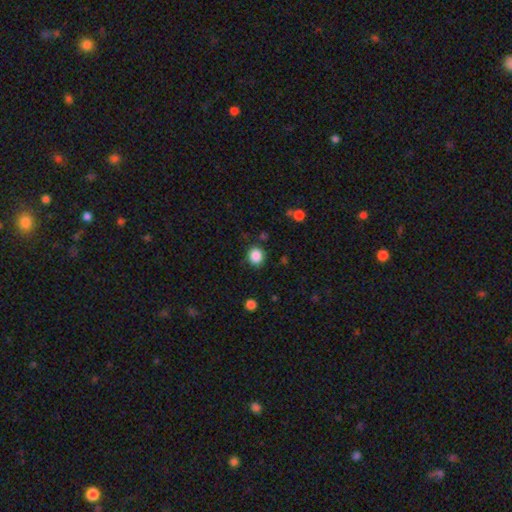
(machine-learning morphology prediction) smooth 86%, star or artifact 10%, featured or disk 4%. Down the decision tree: how rounded — round (76%); merging — none (84%).